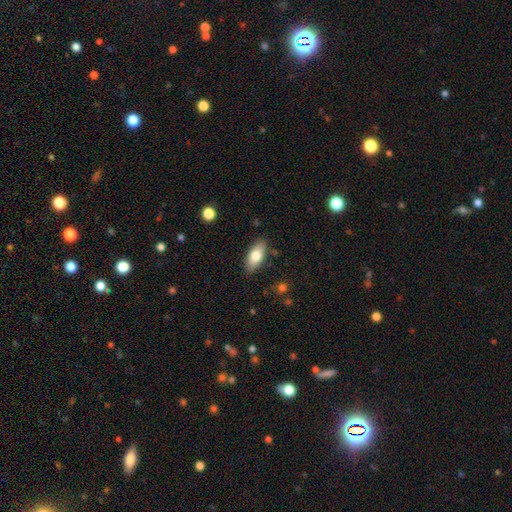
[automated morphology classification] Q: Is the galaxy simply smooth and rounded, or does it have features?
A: smooth — 76%.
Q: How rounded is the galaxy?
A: in between — 85%.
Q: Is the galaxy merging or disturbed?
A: none — 86%.